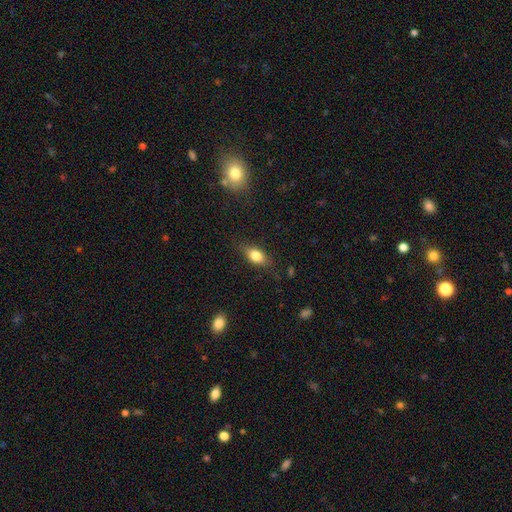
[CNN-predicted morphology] smooth 76%, featured or disk 15%, star or artifact 9%. Down the decision tree: how rounded — in between (80%); merging — none (78%).